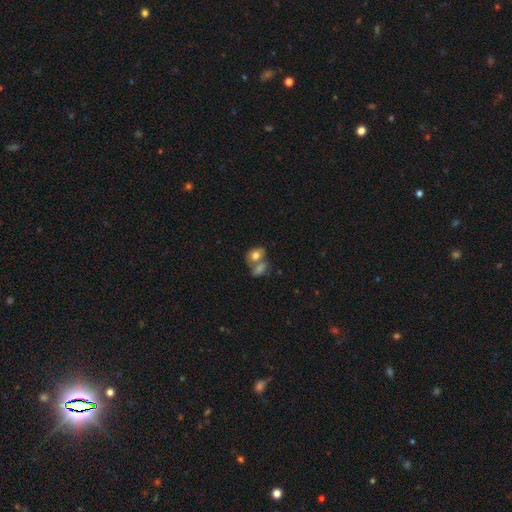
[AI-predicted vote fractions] Smooth or featured? smooth (77%)
How rounded? in between (61%)
Merging? merger (55%)